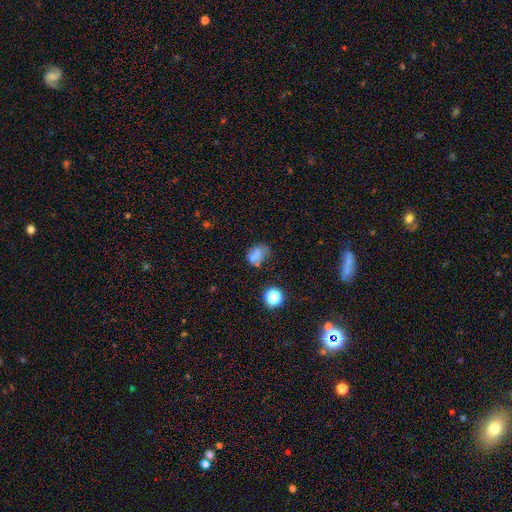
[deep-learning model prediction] smooth-or-featured: smooth: 64% | featured or disk: 19% | star or artifact: 17%
  how-rounded: in between: 58% | round: 40% | cigar-shaped: 1%
  merging: none: 38% | minor disturbance: 26% | major disturbance: 19% | merger: 17%